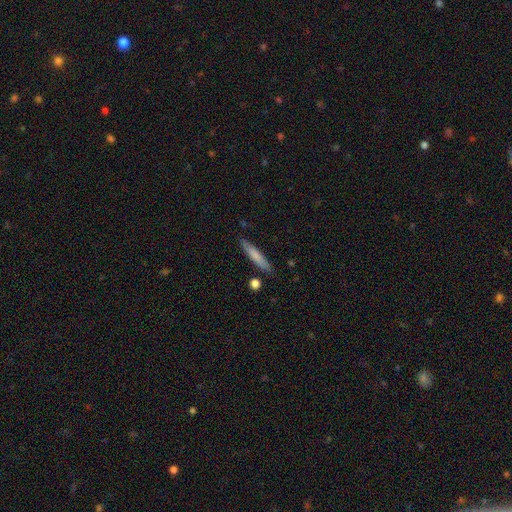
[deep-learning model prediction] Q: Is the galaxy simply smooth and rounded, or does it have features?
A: smooth — 73%.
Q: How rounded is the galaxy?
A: cigar-shaped — 91%.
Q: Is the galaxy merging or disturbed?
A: none — 84%.